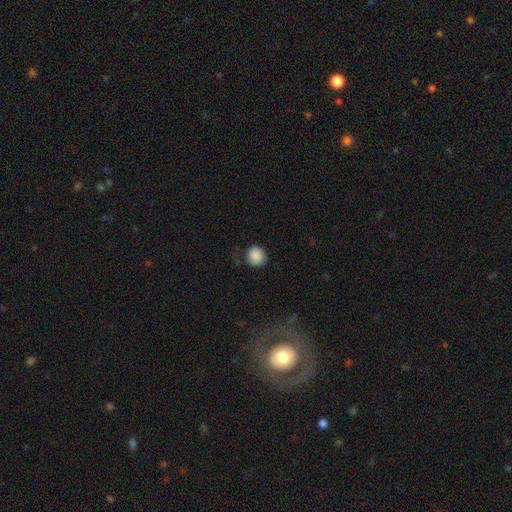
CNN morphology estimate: Smooth or featured: smooth — 87% (star or artifact — 8%)
How rounded: round — 85% (in between — 14%)
Merging: none — 71% (minor disturbance — 20%)